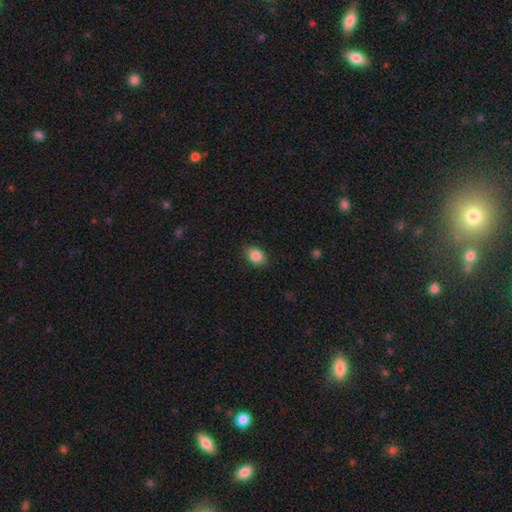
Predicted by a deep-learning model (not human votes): Smooth or featured? smooth (87%)
How rounded? in between (78%)
Merging? none (86%)